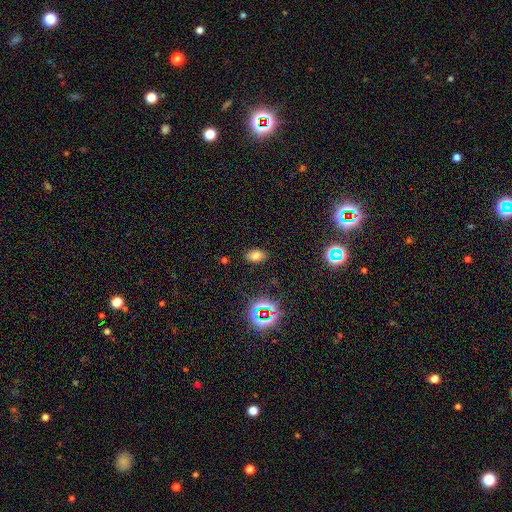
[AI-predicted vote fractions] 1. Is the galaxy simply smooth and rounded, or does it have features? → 70% smooth, 22% star or artifact, 8% featured or disk.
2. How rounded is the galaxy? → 89% in between, 9% round, 2% cigar-shaped.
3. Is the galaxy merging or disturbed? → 85% none, 10% minor disturbance, 3% major disturbance, 2% merger.